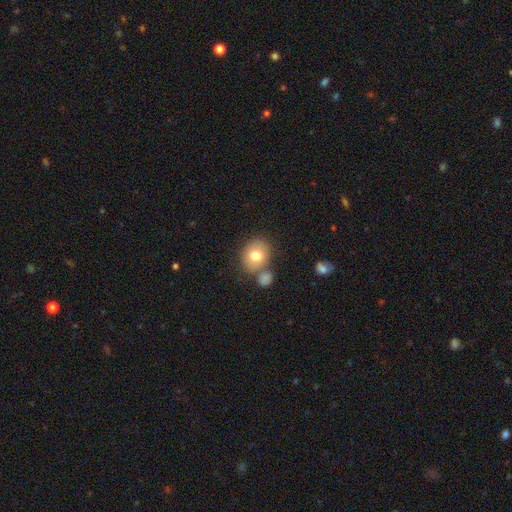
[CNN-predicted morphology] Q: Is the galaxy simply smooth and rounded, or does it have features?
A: smooth — 75%.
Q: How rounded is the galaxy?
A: round — 59%.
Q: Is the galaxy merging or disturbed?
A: none — 61%.